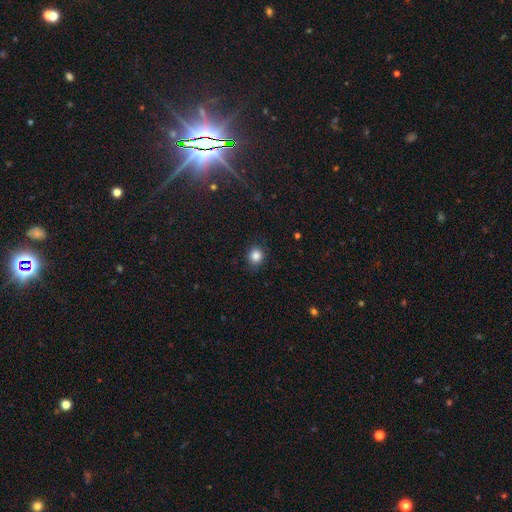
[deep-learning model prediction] smooth-or-featured: smooth: 85% | star or artifact: 11% | featured or disk: 4%
  how-rounded: round: 81% | in between: 18% | cigar-shaped: 1%
  merging: none: 87% | minor disturbance: 9% | major disturbance: 3% | merger: 1%